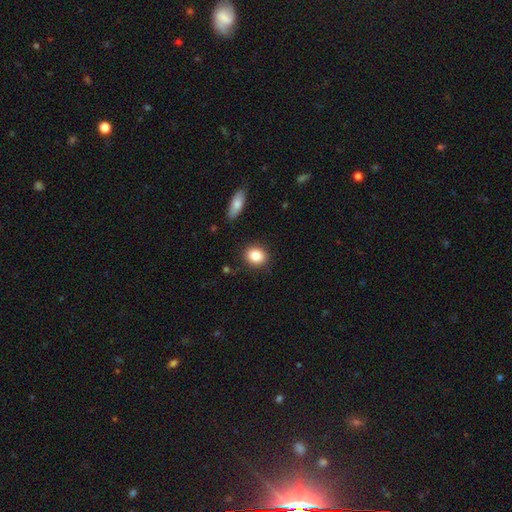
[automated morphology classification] Smooth or featured? Predicted: smooth (p=0.84). How rounded? Predicted: round (p=0.58). Merging? Predicted: none (p=0.87).